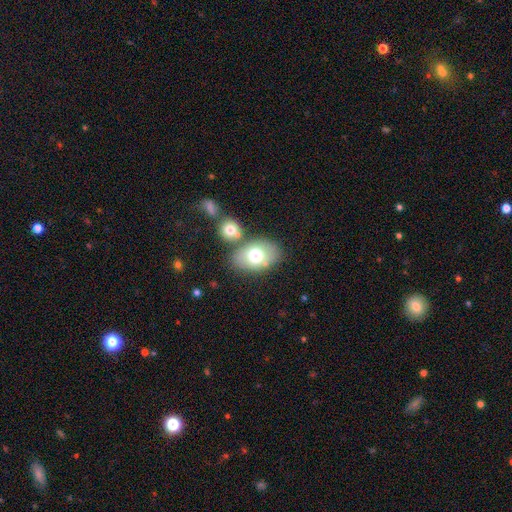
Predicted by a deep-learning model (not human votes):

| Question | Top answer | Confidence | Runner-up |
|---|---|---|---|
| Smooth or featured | smooth | 68% | featured or disk (24%) |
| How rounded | in between | 85% | round (14%) |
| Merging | none | 64% | merger (18%) |